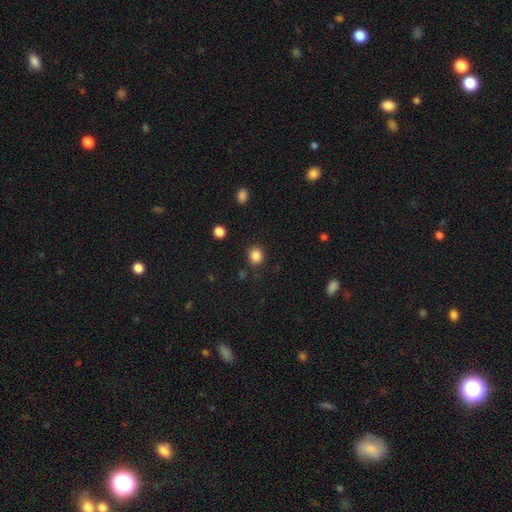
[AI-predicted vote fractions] This is clearly a smooth galaxy (86%). How rounded: clearly round (83%). Merging: clearly none (86%).